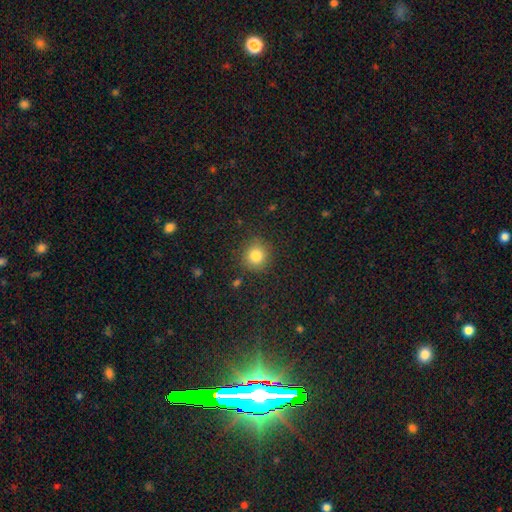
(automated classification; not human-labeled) smooth 82%, star or artifact 12%, featured or disk 6%. Down the decision tree: how rounded — round (90%); merging — none (86%).